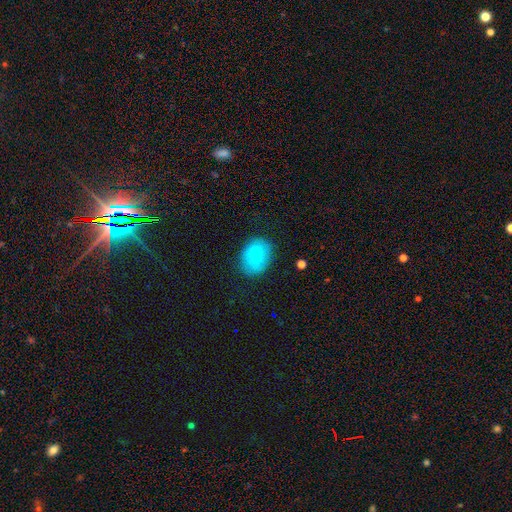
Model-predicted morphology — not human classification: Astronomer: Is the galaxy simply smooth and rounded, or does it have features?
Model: smooth — 79%.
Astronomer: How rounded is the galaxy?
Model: in between — 65%.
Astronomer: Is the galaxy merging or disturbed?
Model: none — 82%.